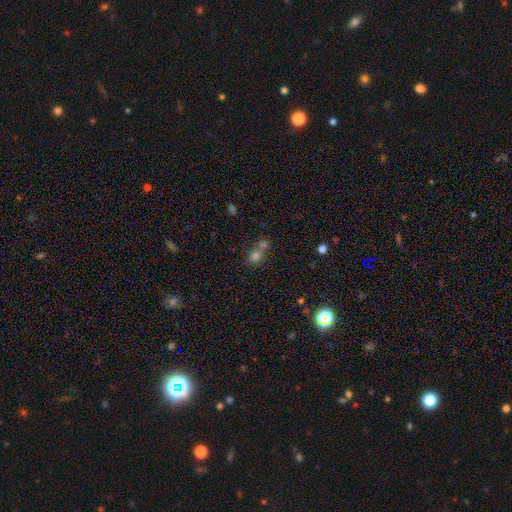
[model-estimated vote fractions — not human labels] A smooth galaxy with no disk features (69%) that is round (66%).

Vote fractions:
- Smooth or featured? smooth: 69% / star or artifact: 20% / featured or disk: 10%
- How rounded? round: 66% / in between: 32% / cigar-shaped: 1%
- Merging? merger: 46% / none: 43% / minor disturbance: 8% / major disturbance: 3%